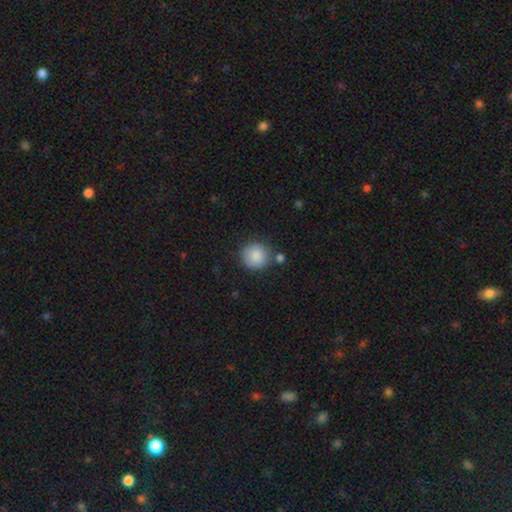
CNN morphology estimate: Q: Smooth or featured?
A: smooth (87%); runner-up: star or artifact (8%)
Q: How rounded?
A: round (93%); runner-up: in between (6%)
Q: Merging?
A: none (79%); runner-up: minor disturbance (10%)